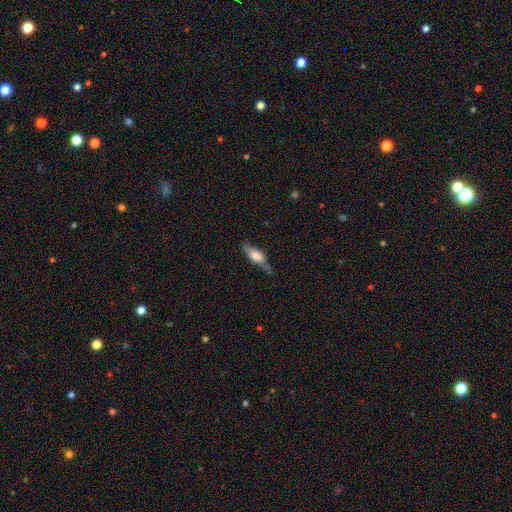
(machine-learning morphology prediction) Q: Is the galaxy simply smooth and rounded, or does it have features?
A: smooth — 58%.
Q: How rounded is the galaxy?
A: in between — 62%.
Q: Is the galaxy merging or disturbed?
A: none — 60%.